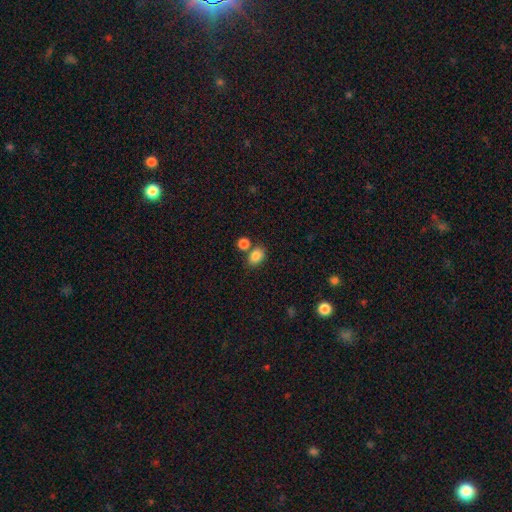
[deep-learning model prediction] Overall: smooth (84%). How rounded: in between (72%). Merging: none (65%).